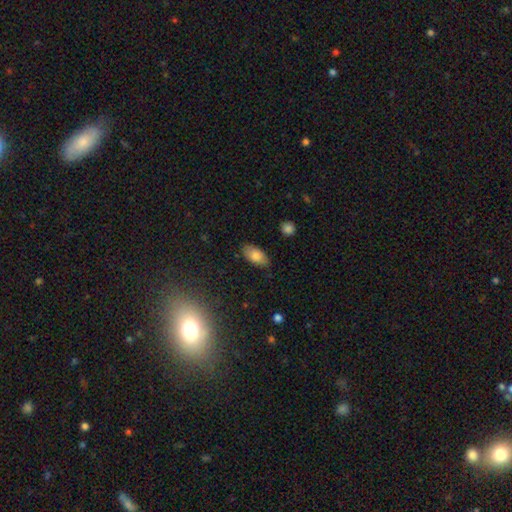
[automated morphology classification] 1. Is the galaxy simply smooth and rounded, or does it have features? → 80% smooth, 12% featured or disk, 8% star or artifact.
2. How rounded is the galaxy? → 92% in between, 4% cigar-shaped, 3% round.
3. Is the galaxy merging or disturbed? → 83% none, 13% minor disturbance, 2% major disturbance, 1% merger.